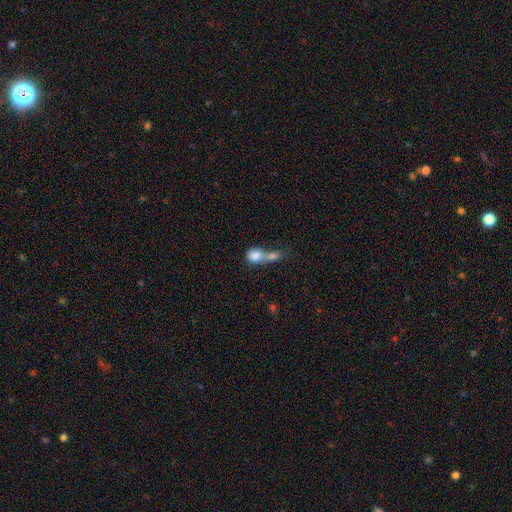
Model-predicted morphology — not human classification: Smooth or featured? smooth (78%)
How rounded? round (58%)
Merging? merger (74%)